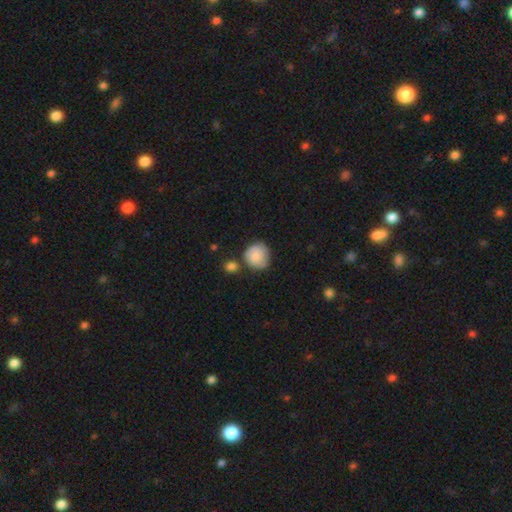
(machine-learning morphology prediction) Q: Smooth or featured?
A: smooth (77%); runner-up: featured or disk (16%)
Q: How rounded?
A: round (86%); runner-up: in between (13%)
Q: Merging?
A: none (61%); runner-up: minor disturbance (23%)